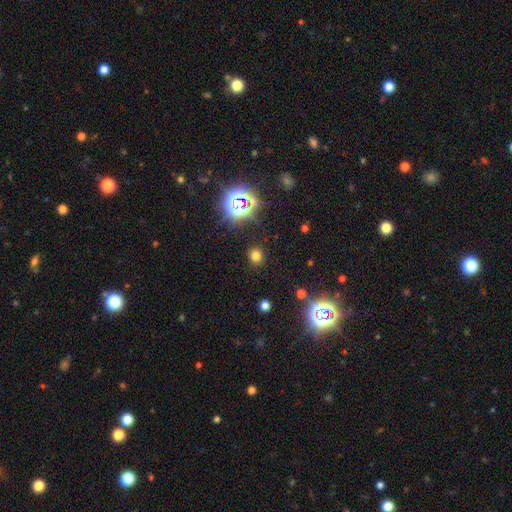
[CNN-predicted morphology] Smooth or featured? smooth (69%)
How rounded? round (82%)
Merging? none (89%)